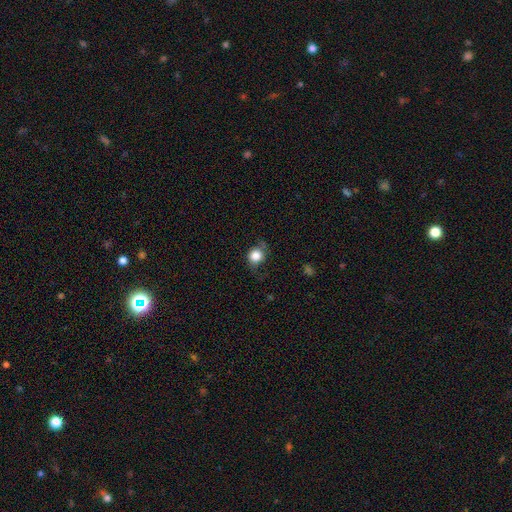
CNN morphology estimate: A smooth galaxy with no disk features (80%) that is round (79%).

Vote fractions:
- Smooth or featured? smooth: 80% / featured or disk: 10% / star or artifact: 10%
- How rounded? round: 79% / in between: 20% / cigar-shaped: 1%
- Merging? none: 64% / minor disturbance: 24% / major disturbance: 10% / merger: 2%